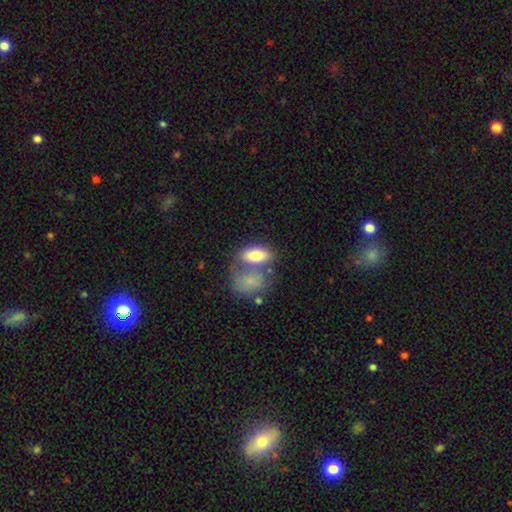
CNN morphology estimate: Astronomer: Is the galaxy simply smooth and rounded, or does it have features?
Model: smooth — 78%.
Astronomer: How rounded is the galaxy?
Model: in between — 86%.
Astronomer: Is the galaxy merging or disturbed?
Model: none — 44% (runner-up: merger, 36%).